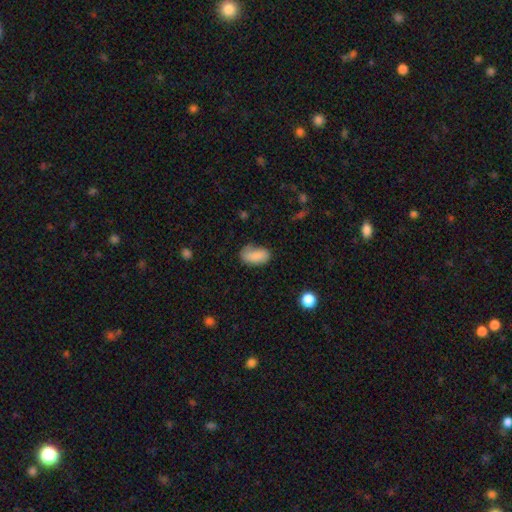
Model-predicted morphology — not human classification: smooth 83%, featured or disk 8%, star or artifact 8%. Down the decision tree: how rounded — in between (93%); merging — none (59%).